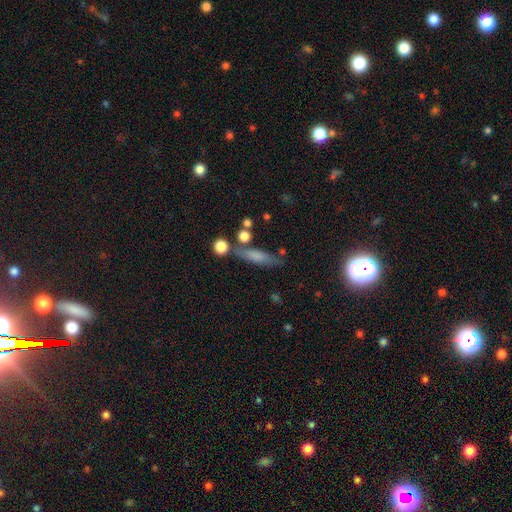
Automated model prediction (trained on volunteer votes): The model was most divided on "how rounded": cigar-shaped: 67%, in between: 29%, round: 5%. More confident: smooth or featured — smooth (66%); merging — none (66%).